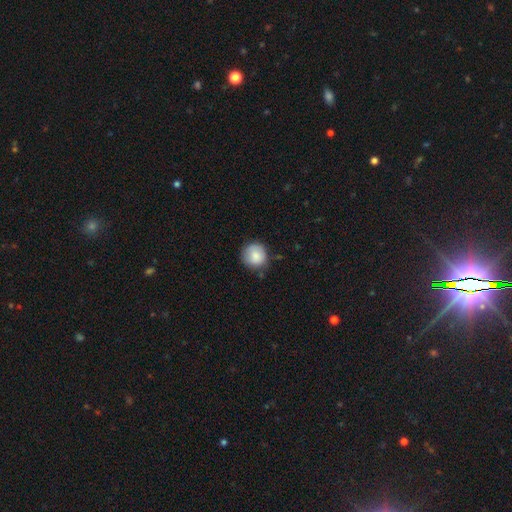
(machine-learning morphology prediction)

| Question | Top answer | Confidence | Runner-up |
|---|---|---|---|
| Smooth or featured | smooth | 85% | featured or disk (8%) |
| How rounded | round | 91% | in between (8%) |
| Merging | none | 76% | minor disturbance (19%) |